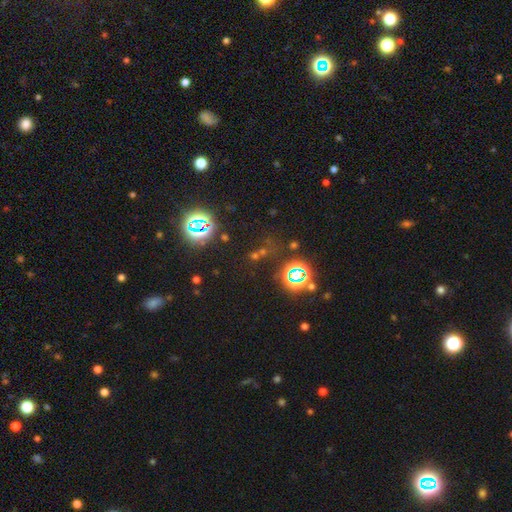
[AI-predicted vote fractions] Smooth or featured: star or artifact — 69% (smooth — 22%)